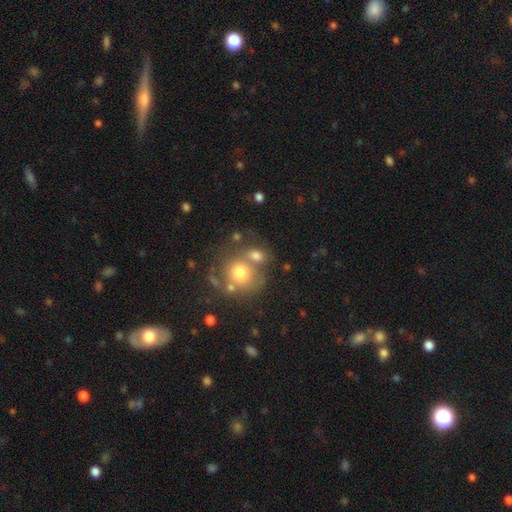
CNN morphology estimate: This is likely a smooth galaxy (70%). How rounded: possibly round (56%). Merging: marginally merger (41%).